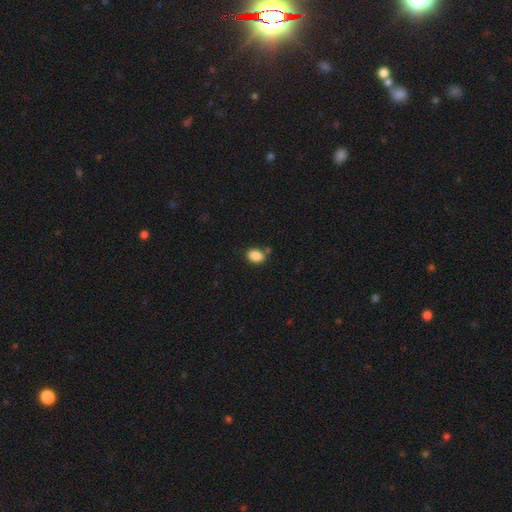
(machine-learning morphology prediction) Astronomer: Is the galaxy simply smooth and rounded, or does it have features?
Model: smooth — 88%.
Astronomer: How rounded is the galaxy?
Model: in between — 81%.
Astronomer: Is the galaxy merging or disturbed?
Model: none — 75%.